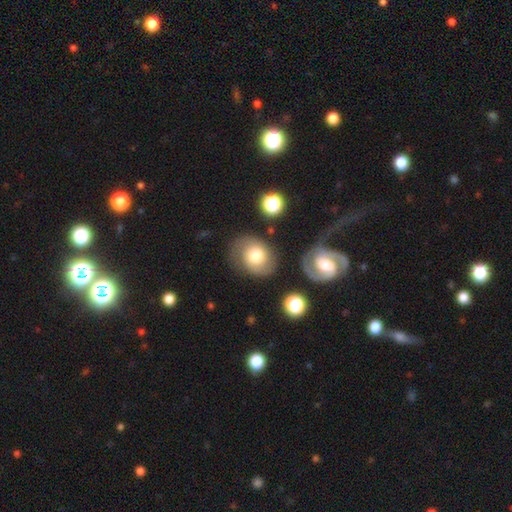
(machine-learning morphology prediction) smooth-or-featured: smooth: 52% | featured or disk: 39% | star or artifact: 9%
  how-rounded: round: 50% | in between: 49% | cigar-shaped: 1%
  merging: none: 68% | minor disturbance: 19% | major disturbance: 8% | merger: 5%